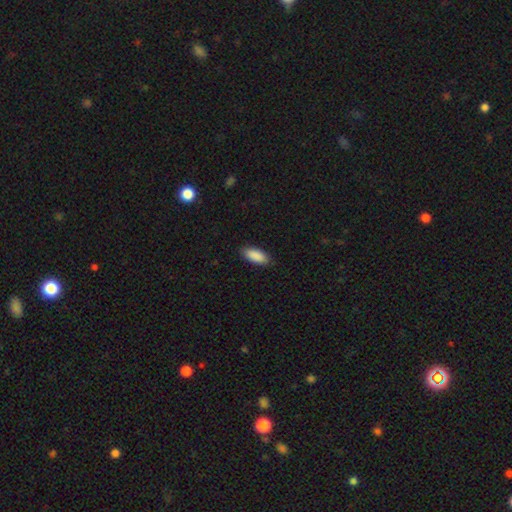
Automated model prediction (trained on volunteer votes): Smooth or featured? smooth (91%)
How rounded? in between (83%)
Merging? none (88%)